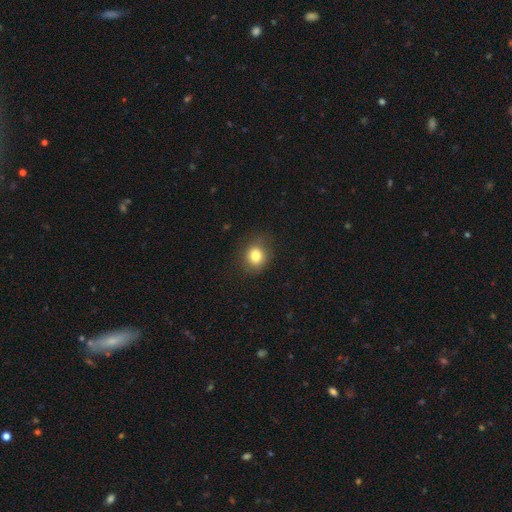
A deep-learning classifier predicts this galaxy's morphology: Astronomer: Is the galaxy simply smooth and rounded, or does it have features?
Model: smooth — 82%.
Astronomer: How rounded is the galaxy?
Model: round — 70%.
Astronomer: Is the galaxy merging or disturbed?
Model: none — 81%.